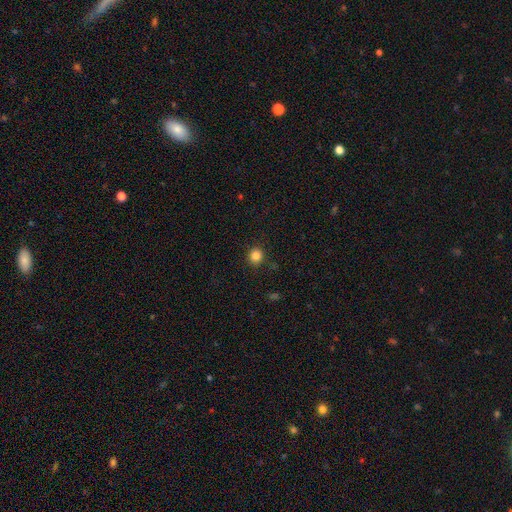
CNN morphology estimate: Smooth or featured: smooth — 84% (star or artifact — 12%)
How rounded: round — 89% (in between — 10%)
Merging: none — 90% (minor disturbance — 7%)